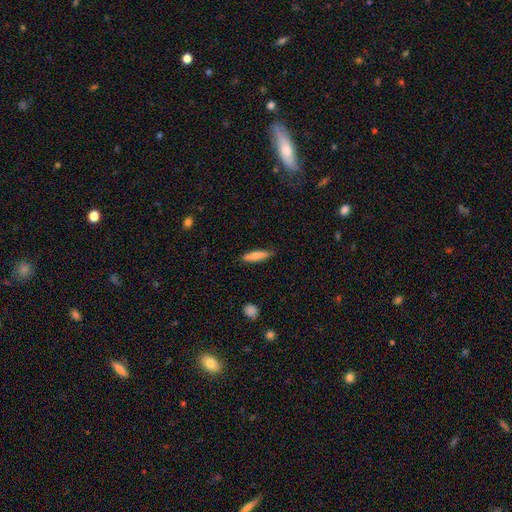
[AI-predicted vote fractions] A smooth galaxy with no disk features (75%) that is cigar-shaped (68%).

Vote fractions:
- Smooth or featured? smooth: 75% / featured or disk: 19% / star or artifact: 6%
- How rounded? cigar-shaped: 68% / in between: 30% / round: 2%
- Merging? none: 83% / minor disturbance: 13% / major disturbance: 2% / merger: 1%